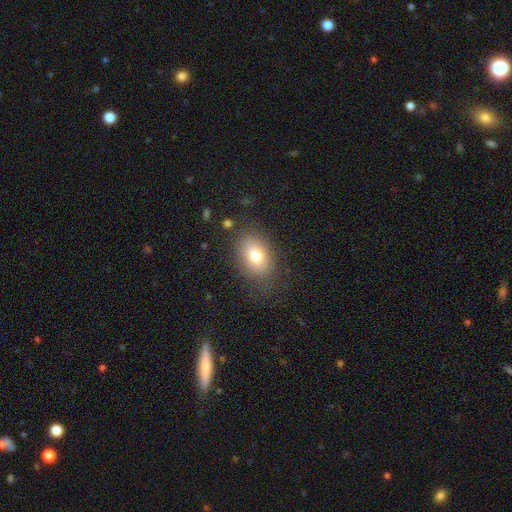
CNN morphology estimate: Smooth or featured? smooth (77%)
How rounded? in between (84%)
Merging? none (78%)